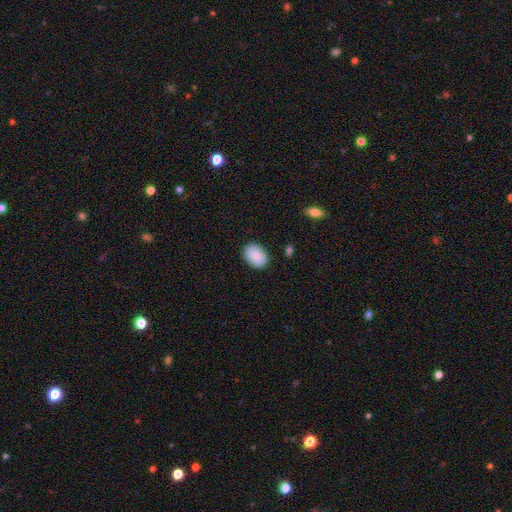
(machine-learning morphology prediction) Overall: smooth (90%). How rounded: in between (83%). Merging: none (86%).